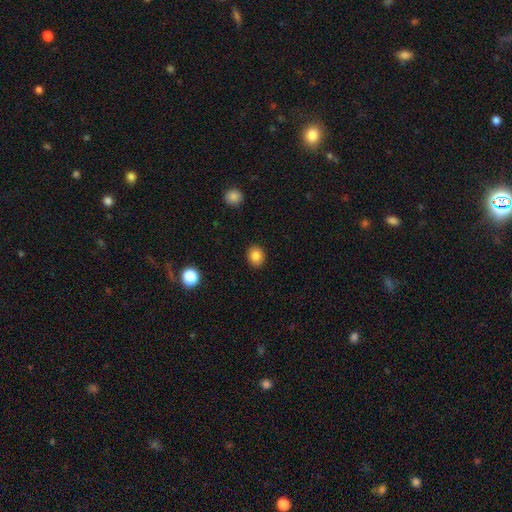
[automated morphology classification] smooth 84%, star or artifact 10%, featured or disk 6%. Down the decision tree: how rounded — round (64%); merging — none (90%).